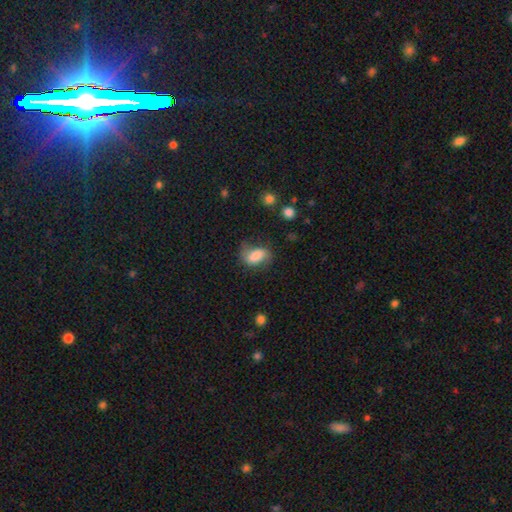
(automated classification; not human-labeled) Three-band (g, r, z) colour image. It shows a smooth galaxy with no disk features (66%) that is in between round and cigar-shaped (84%). Merging: none (56%).